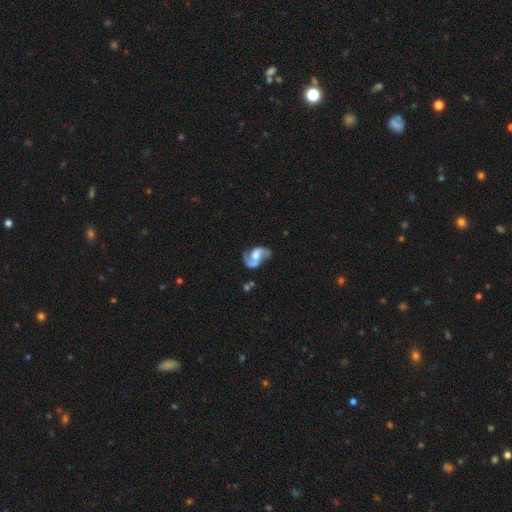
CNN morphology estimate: This is clearly a featured or disk galaxy (86%). It is clearly not viewed edge-on (98%). Bar: marginally no (44%). Spiral arm pattern: clearly yes (95%). Spiral arm count: clearly 2 (90%). Spiral winding: possibly loose (45%). Central bulge: possibly moderate (52%). Merging: possibly none (58%).